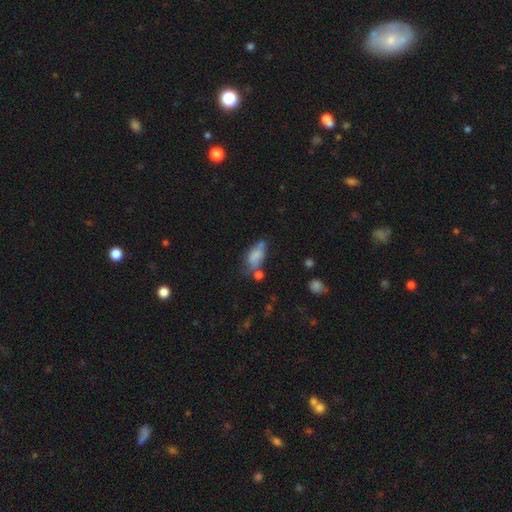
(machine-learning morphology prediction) Smooth or featured?
  - smooth: 71% *
  - featured or disk: 19%
  - star or artifact: 10%
How rounded?
  - in between: 85% *
  - cigar-shaped: 10%
  - round: 5%
Merging?
  - none: 35% *
  - minor disturbance: 28%
  - merger: 22%
  - major disturbance: 16%